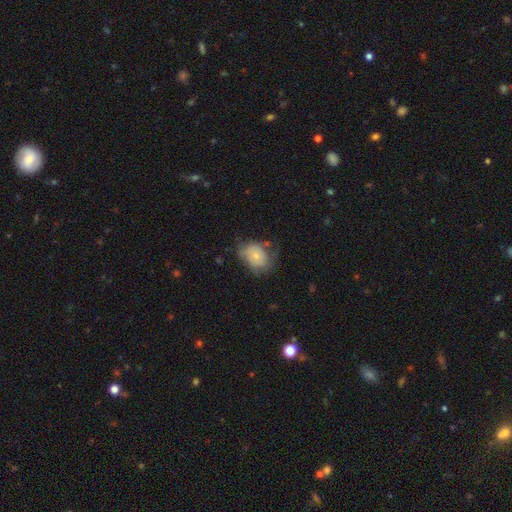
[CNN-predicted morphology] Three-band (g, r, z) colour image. It shows a smooth galaxy with no disk features (68%) that is in between round and cigar-shaped (57%). Merging: none (45%).